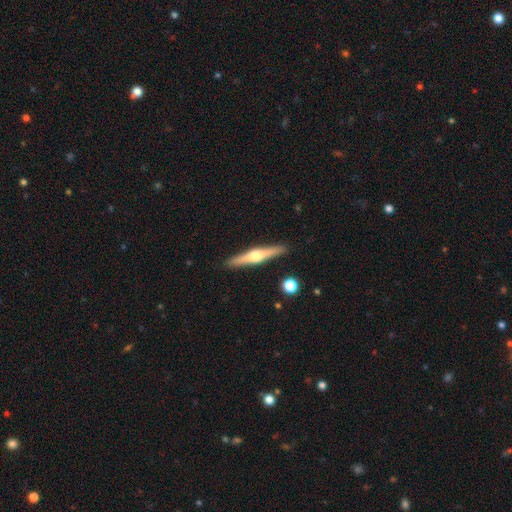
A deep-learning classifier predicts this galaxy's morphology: Overall: featured or disk (70%). Edge-on disk: yes (98%). Edge-on bulge: rounded (92%). Merging: none (91%).